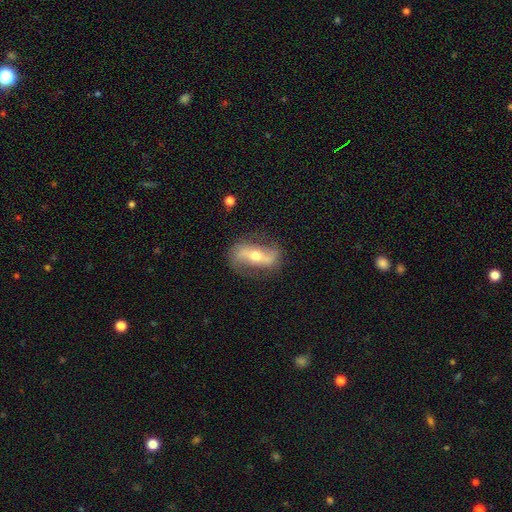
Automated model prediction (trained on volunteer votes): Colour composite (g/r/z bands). It shows a featured or disk galaxy (80%) with a strong bar (54%), 2 (90%) loose (62%) spiral arms (86%) and a moderate central bulge (63%). Merging: none (79%).